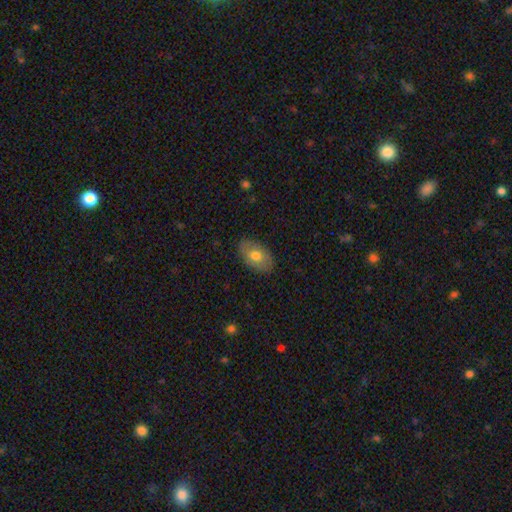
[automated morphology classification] Smooth or featured? Predicted: smooth (p=0.69). How rounded? Predicted: in between (p=0.90). Merging? Predicted: none (p=0.84).